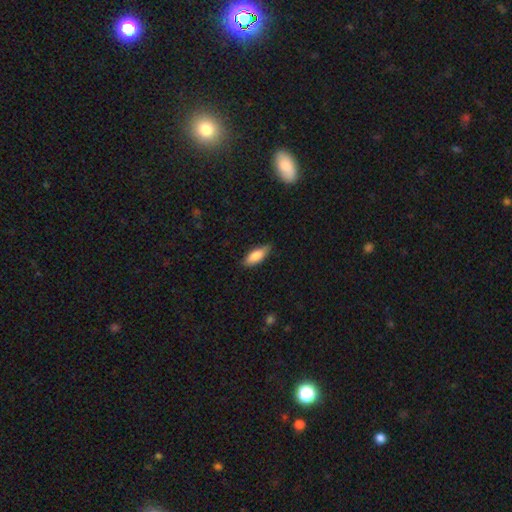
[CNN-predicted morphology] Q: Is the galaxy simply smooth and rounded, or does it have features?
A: smooth — 84%.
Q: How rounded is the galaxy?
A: in between — 74%.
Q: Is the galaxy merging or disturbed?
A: none — 78%.